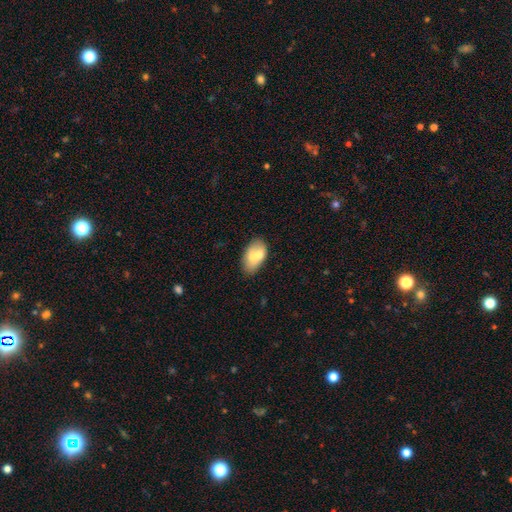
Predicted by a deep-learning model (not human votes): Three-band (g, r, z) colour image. It shows a smooth galaxy with no disk features (64%) that is in between round and cigar-shaped (91%). Merging: none (48%).